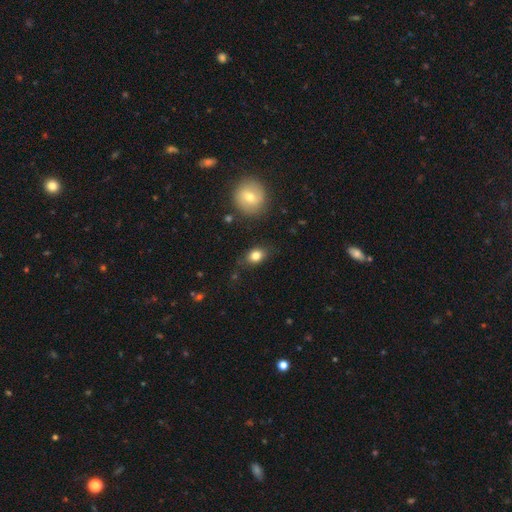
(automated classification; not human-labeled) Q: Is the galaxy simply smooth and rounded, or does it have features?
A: smooth — 82%.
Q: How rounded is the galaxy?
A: in between — 64%.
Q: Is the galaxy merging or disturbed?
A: none — 77%.